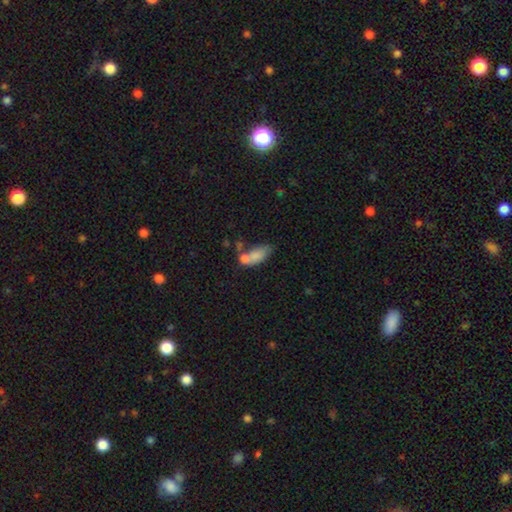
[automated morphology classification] Smooth or featured? Predicted: smooth (p=0.73). How rounded? Predicted: in between (p=0.85). Merging? Predicted: merger (p=0.45).